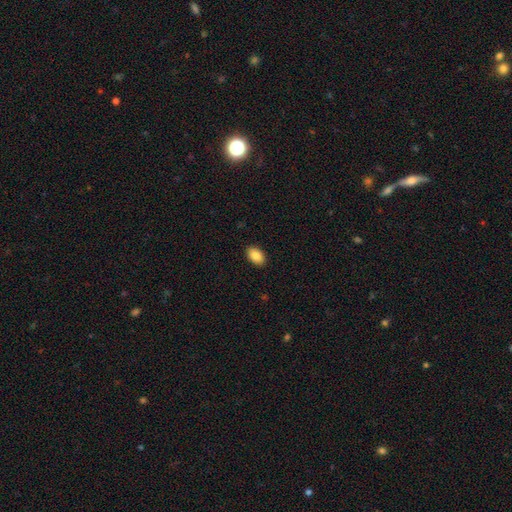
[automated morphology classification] Overall: smooth (88%). How rounded: in between (91%). Merging: none (90%).